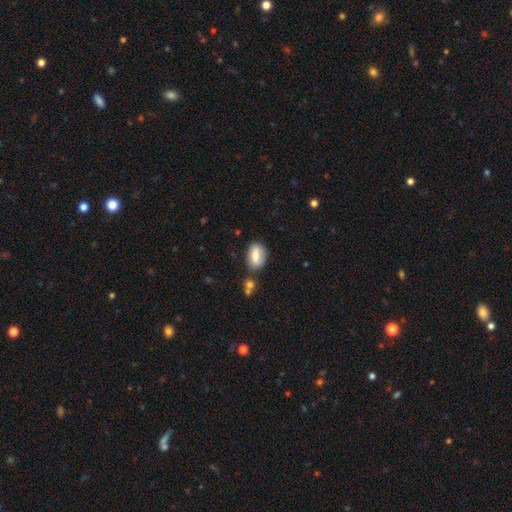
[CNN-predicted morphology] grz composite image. It shows a smooth galaxy with no disk features (76%) that is in between round and cigar-shaped (85%). Merging: none (66%).